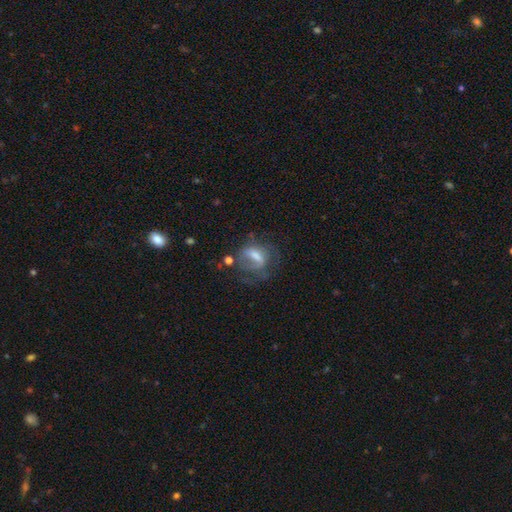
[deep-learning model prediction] smooth-or-featured: featured or disk: 58% | smooth: 29% | star or artifact: 13%
  disk-edge-on: no: 93% | yes: 7%
    bar: weak: 43% | strong: 28% | no: 28%
    has-spiral-arms: yes: 59% | no: 41%
    bulge-size: moderate: 43% | small: 29% | none: 15% | large: 12% | dominant: 2%
  merging: none: 40% | major disturbance: 33% | minor disturbance: 20% | merger: 6%